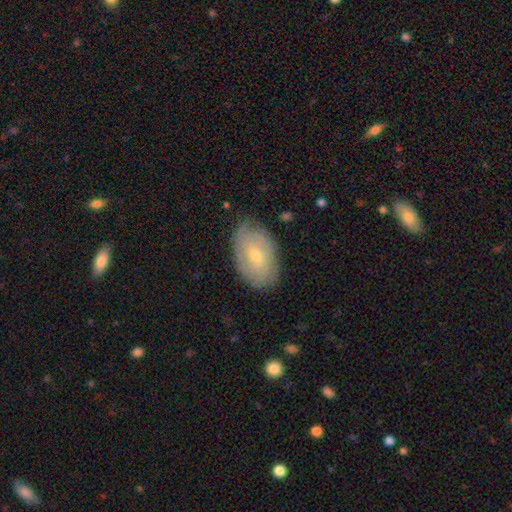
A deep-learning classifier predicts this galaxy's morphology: Smooth or featured? featured or disk (54%)
Edge-on disk? no (94%)
Bar? no (59%)
Spiral arms? yes (72%)
Bulge size? small (61%)
Merging? none (76%)